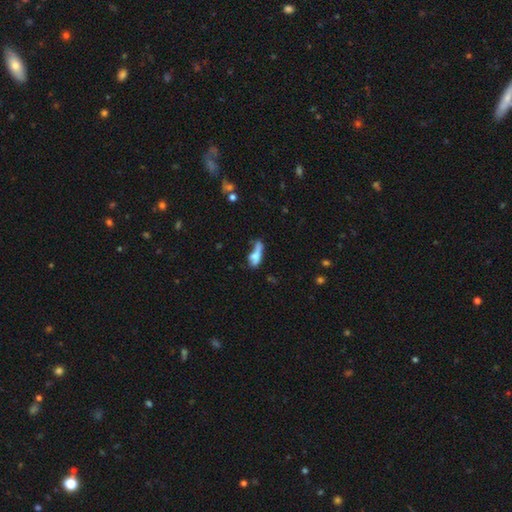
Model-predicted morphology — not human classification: A smooth galaxy with no disk features (62%) that is in between round and cigar-shaped (51%).

Vote fractions:
- Smooth or featured? smooth: 62% / featured or disk: 27% / star or artifact: 11%
- How rounded? in between: 51% / cigar-shaped: 45% / round: 4%
- Merging? none: 28% / merger: 26% / major disturbance: 23% / minor disturbance: 22%